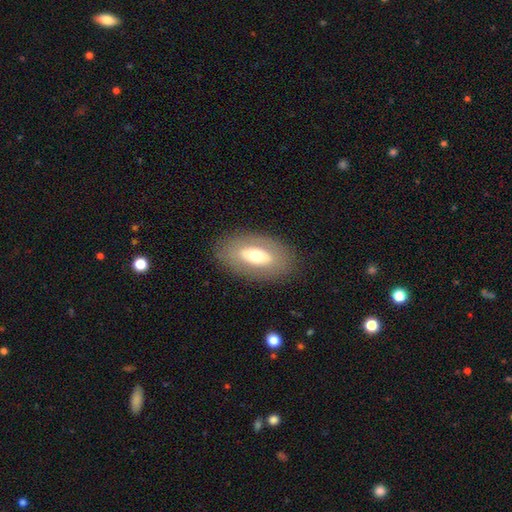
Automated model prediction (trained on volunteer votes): This is possibly a smooth galaxy (52%). How rounded: clearly in between (90%). Merging: clearly none (83%).